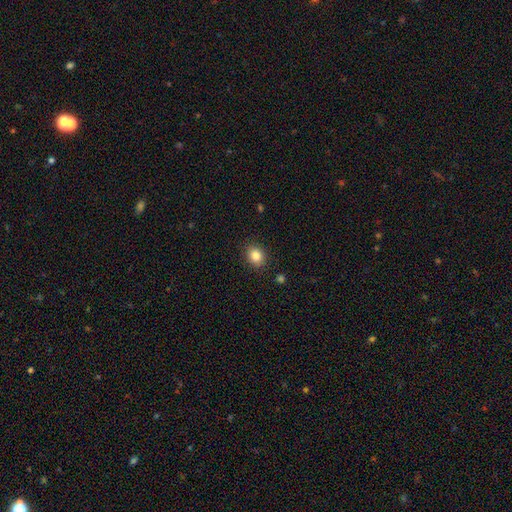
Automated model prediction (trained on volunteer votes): This is clearly a smooth galaxy (84%). How rounded: possibly round (54%). Merging: clearly none (89%).